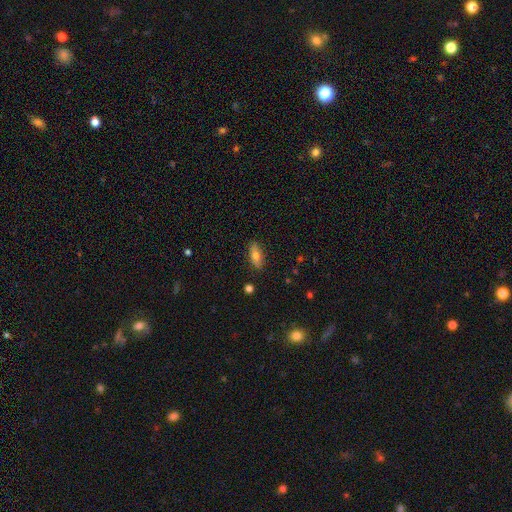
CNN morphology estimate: smooth-or-featured: smooth: 67% | featured or disk: 25% | star or artifact: 8%
  how-rounded: in between: 65% | cigar-shaped: 32% | round: 4%
  merging: none: 86% | minor disturbance: 10% | major disturbance: 2% | merger: 1%